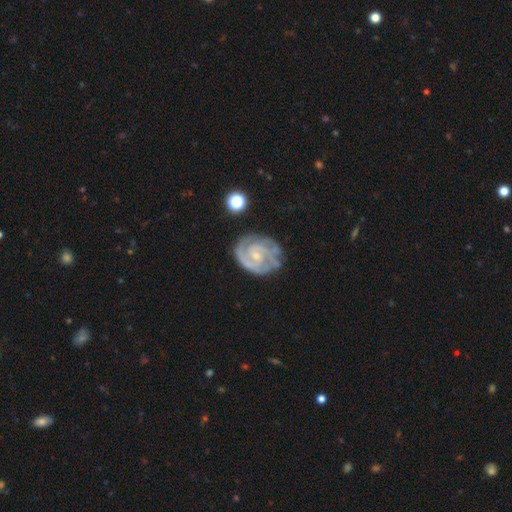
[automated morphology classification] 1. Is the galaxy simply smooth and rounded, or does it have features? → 87% featured or disk, 7% smooth, 5% star or artifact.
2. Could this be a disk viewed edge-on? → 98% no, 2% yes.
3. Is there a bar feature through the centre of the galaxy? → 62% no, 32% weak, 6% strong.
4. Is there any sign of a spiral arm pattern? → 96% yes, 4% no.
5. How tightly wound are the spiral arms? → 64% tight, 30% medium, 5% loose.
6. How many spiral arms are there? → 43% 2, 25% 3, 19% can't tell, 5% 4, 5% 1, 4% more than 4.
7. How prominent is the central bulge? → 72% small, 19% moderate, 7% none, 1% large, 1% dominant.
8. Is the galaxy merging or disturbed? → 69% none, 20% minor disturbance, 8% major disturbance, 3% merger.